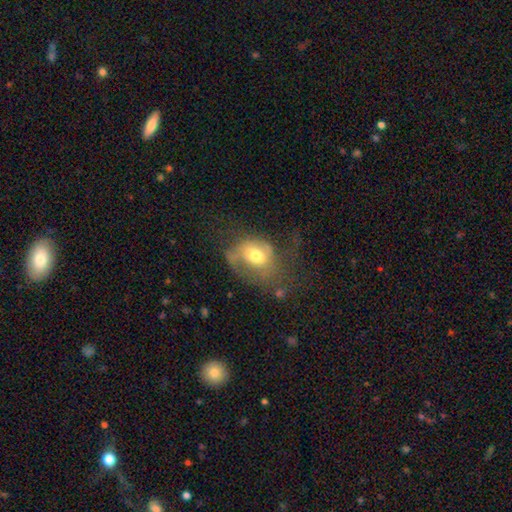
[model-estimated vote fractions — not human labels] smooth 52%, featured or disk 38%, star or artifact 9%. Down the decision tree: how rounded — in between (53%); merging — major disturbance (47%).